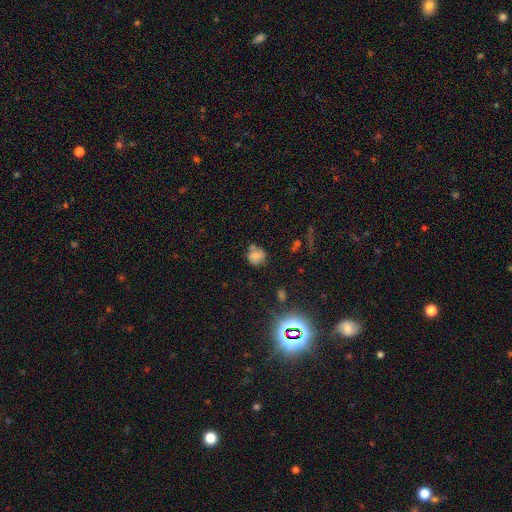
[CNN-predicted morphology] Smooth or featured? Predicted: smooth (p=0.65). How rounded? Predicted: round (p=0.78). Merging? Predicted: none (p=0.60).